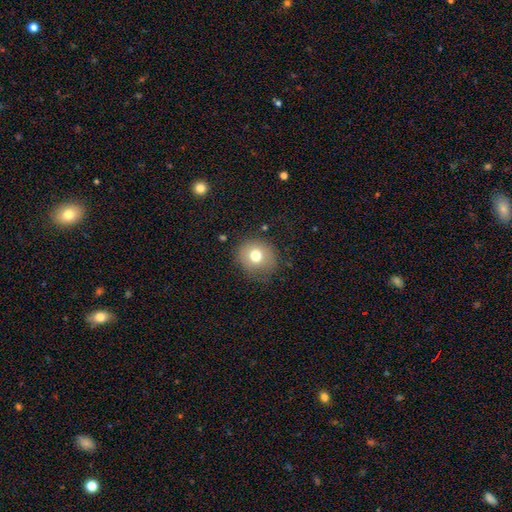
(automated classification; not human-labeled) Smooth or featured? smooth (73%)
How rounded? round (85%)
Merging? none (78%)